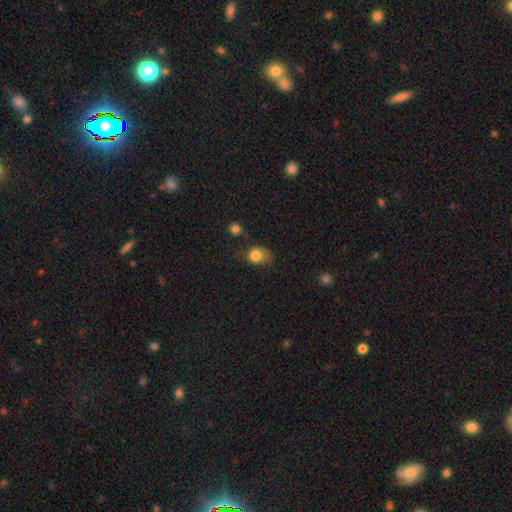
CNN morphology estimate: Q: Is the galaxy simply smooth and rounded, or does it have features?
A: smooth — 80%.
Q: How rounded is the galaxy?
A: round — 55%.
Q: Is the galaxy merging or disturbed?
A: none — 43%.